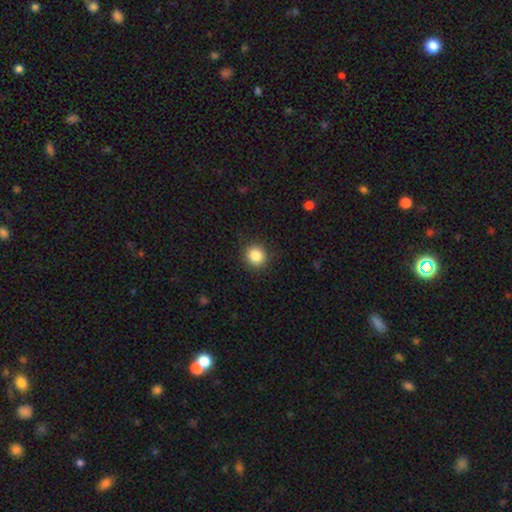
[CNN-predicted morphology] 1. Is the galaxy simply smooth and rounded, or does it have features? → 86% smooth, 10% star or artifact, 4% featured or disk.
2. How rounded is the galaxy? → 90% round, 9% in between, 1% cigar-shaped.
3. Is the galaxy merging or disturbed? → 90% none, 7% minor disturbance, 2% major disturbance, 1% merger.